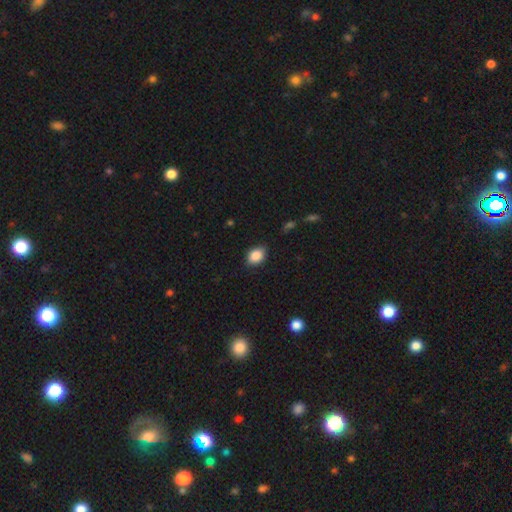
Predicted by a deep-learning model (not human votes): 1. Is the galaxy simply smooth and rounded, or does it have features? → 87% smooth, 8% star or artifact, 5% featured or disk.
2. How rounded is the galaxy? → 73% in between, 26% round, 1% cigar-shaped.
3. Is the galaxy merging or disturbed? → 83% none, 14% minor disturbance, 2% major disturbance, 1% merger.